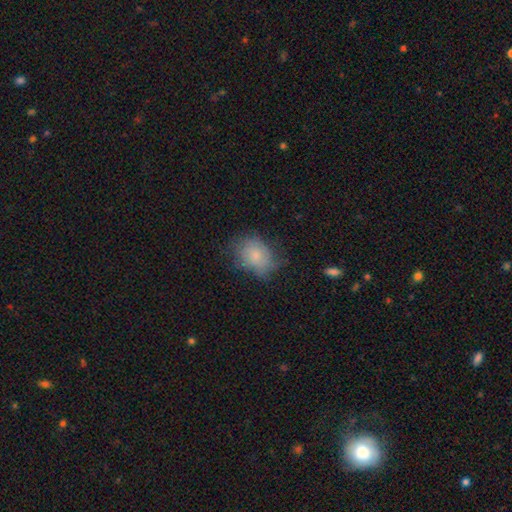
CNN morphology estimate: Overall: smooth (78%). How rounded: in between (57%; round 42%). Merging: none (57%; minor disturbance 30%).